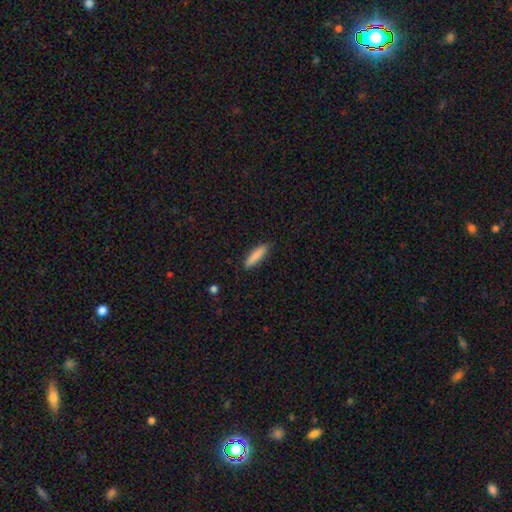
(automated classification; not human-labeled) smooth-or-featured: smooth: 85% | featured or disk: 9% | star or artifact: 6%
  how-rounded: cigar-shaped: 79% | in between: 19% | round: 1%
  merging: none: 88% | minor disturbance: 9% | major disturbance: 2% | merger: 1%